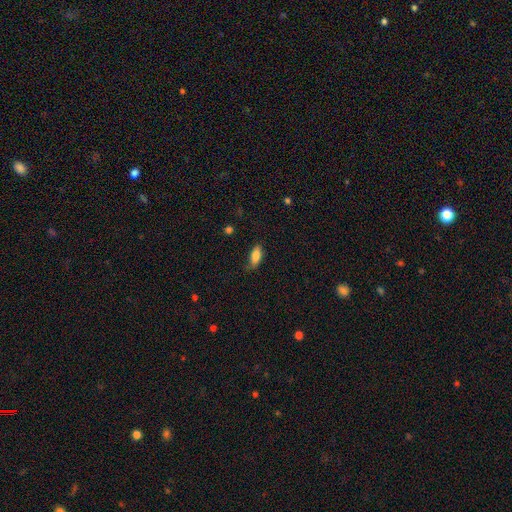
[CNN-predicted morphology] This is clearly a smooth galaxy (84%). How rounded: clearly in between (82%). Merging: likely none (72%).